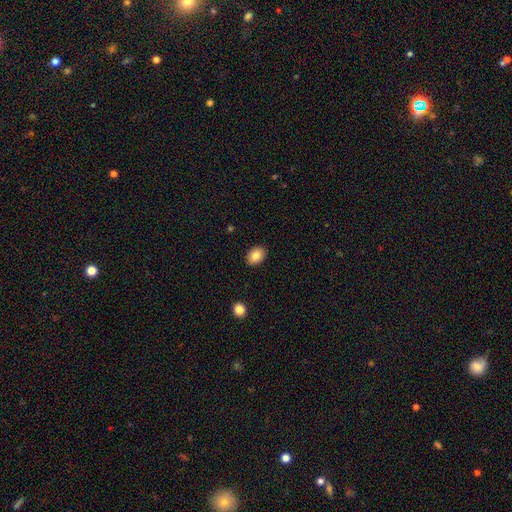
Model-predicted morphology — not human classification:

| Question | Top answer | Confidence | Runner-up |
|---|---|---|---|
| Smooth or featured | smooth | 82% | featured or disk (9%) |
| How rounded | in between | 75% | round (24%) |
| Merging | none | 90% | minor disturbance (8%) |